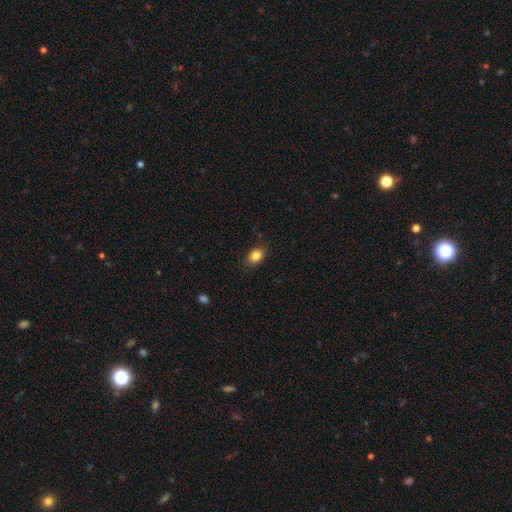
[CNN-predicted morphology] Smooth or featured? smooth (84%)
How rounded? in between (73%)
Merging? none (84%)